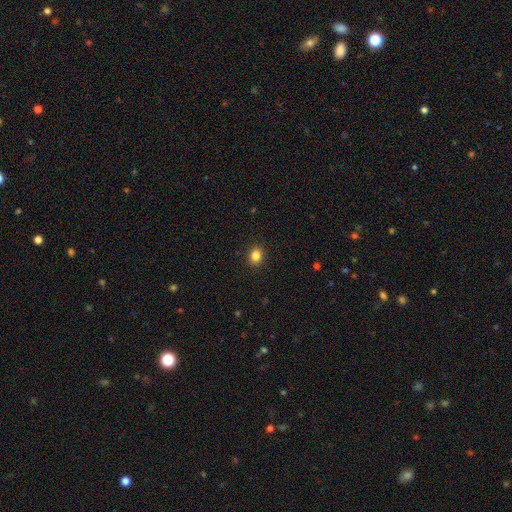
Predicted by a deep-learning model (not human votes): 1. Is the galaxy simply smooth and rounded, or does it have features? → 84% smooth, 11% star or artifact, 4% featured or disk.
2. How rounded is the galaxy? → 61% round, 38% in between, 1% cigar-shaped.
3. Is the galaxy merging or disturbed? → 91% none, 6% minor disturbance, 2% major disturbance, 1% merger.